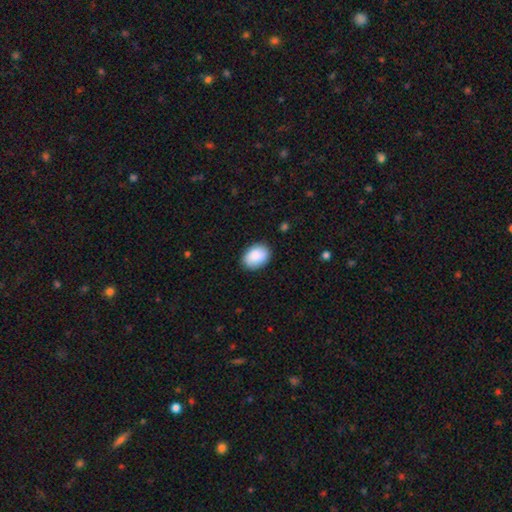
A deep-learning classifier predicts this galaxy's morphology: A smooth galaxy with no disk features (89%) that is in between round and cigar-shaped (78%). Merging: none (87%).